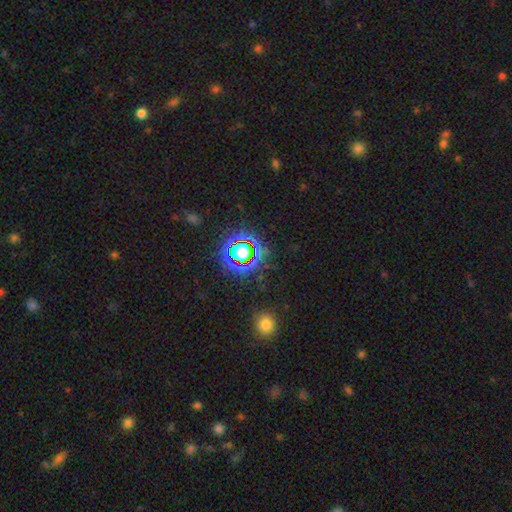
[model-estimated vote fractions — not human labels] Smooth or featured?
  - star or artifact: 75% *
  - smooth: 17%
  - featured or disk: 8%